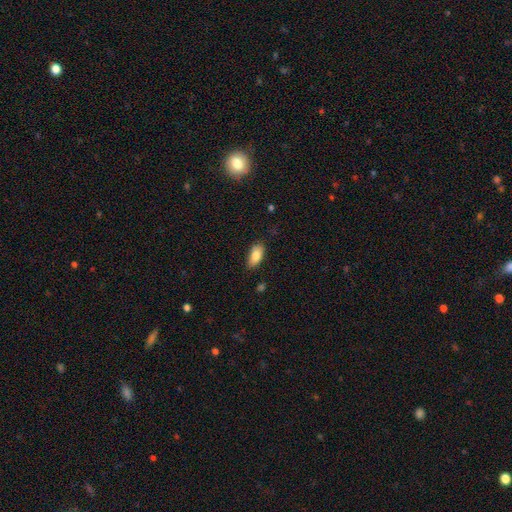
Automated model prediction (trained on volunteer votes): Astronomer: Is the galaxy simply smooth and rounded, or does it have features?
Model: smooth — 82%.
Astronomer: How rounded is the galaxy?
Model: in between — 90%.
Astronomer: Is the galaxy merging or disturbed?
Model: none — 81%.